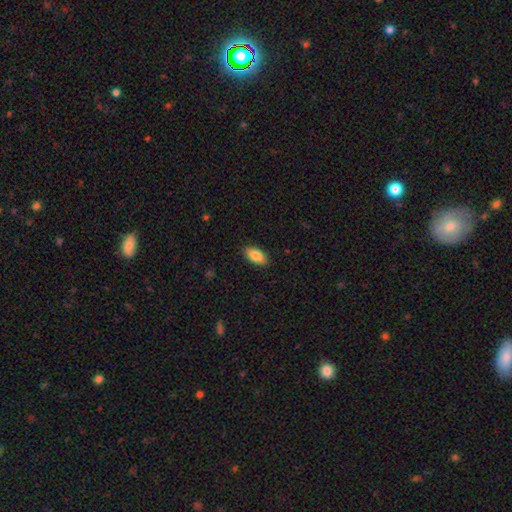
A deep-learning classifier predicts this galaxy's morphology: type=smooth (88%); roundness=in between (93%); merging=none (88%).